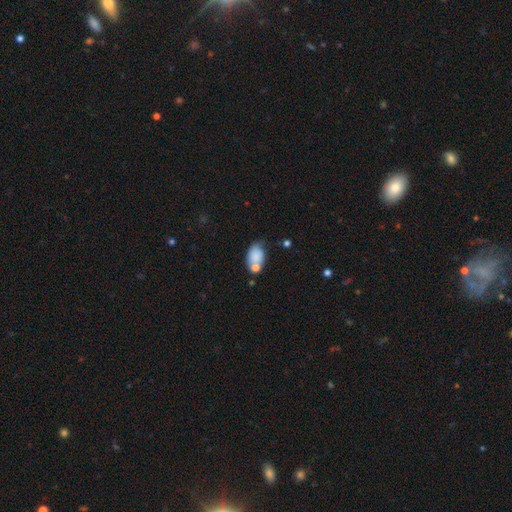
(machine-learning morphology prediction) Smooth or featured? smooth (79%)
How rounded? in between (85%)
Merging? none (43%)